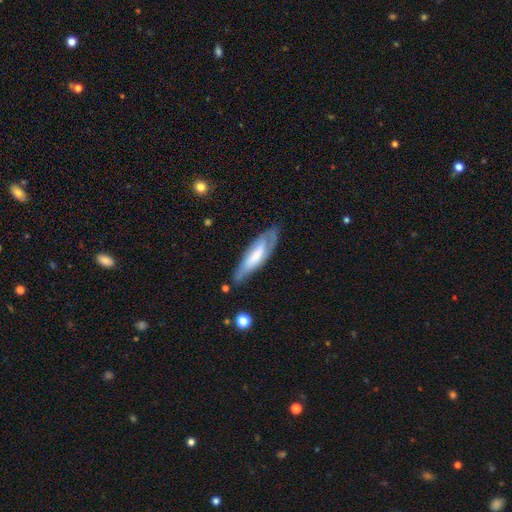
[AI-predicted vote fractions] This appears to be a featured or disk galaxy (51%). Merging: none (67%).